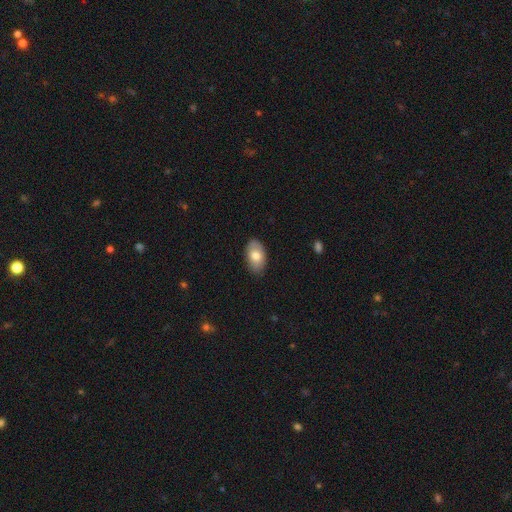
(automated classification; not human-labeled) smooth-or-featured: smooth: 75% | featured or disk: 19% | star or artifact: 6%
  how-rounded: in between: 94% | round: 5% | cigar-shaped: 2%
  merging: none: 85% | minor disturbance: 12% | major disturbance: 2% | merger: 1%